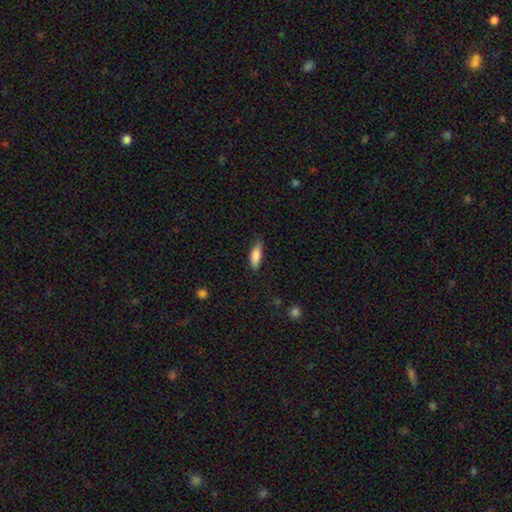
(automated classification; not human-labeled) Overall: smooth (86%). How rounded: in between (67%; cigar-shaped 31%). Merging: none (74%).